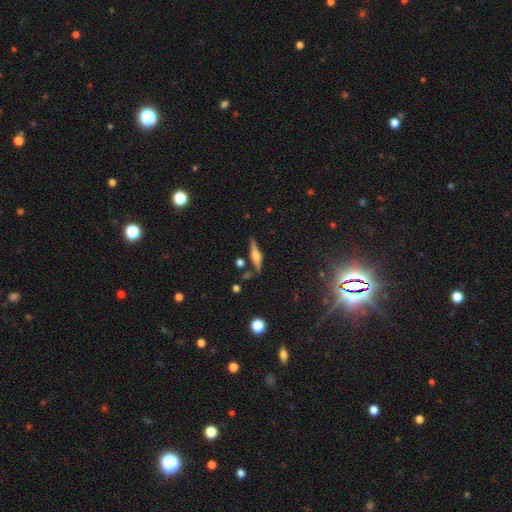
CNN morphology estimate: This is likely a featured or disk galaxy (75%). It is clearly viewed edge-on (97%). Edge-on bulge: clearly rounded (88%). Merging: clearly none (83%).